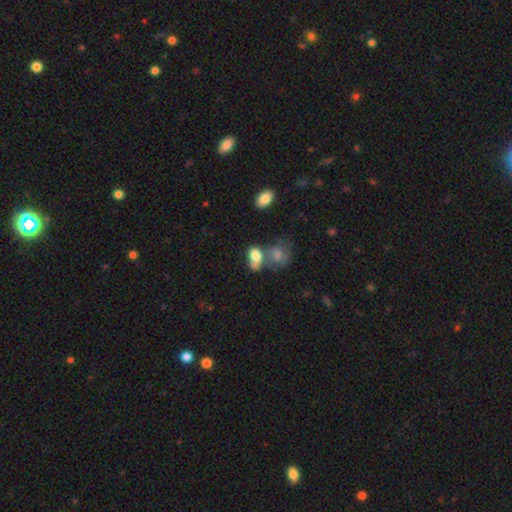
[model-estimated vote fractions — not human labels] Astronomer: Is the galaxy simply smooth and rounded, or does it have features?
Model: smooth — 77%.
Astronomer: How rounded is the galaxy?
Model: in between — 79%.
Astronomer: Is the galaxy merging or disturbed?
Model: merger — 42% (runner-up: none, 29%).